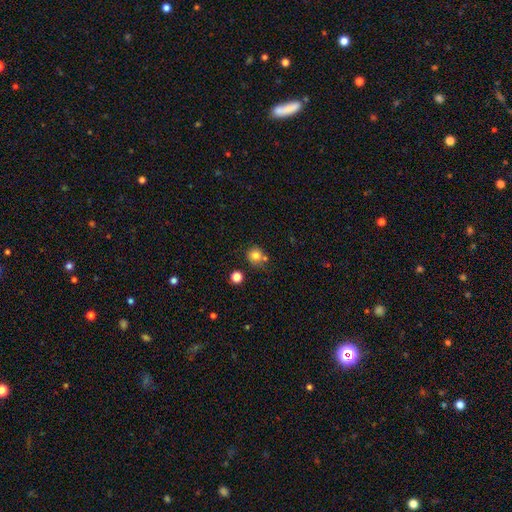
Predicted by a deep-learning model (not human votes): Q: Smooth or featured?
A: smooth (80%); runner-up: star or artifact (12%)
Q: How rounded?
A: round (89%); runner-up: in between (10%)
Q: Merging?
A: none (68%); runner-up: merger (15%)